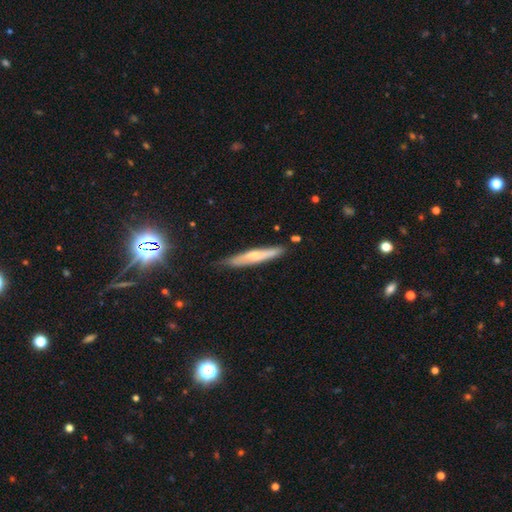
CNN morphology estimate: Smooth or featured?
  - smooth: 52% *
  - featured or disk: 41%
  - star or artifact: 6%
How rounded?
  - cigar-shaped: 92% *
  - in between: 7%
  - round: 2%
Merging?
  - none: 78% *
  - minor disturbance: 17%
  - major disturbance: 3%
  - merger: 2%